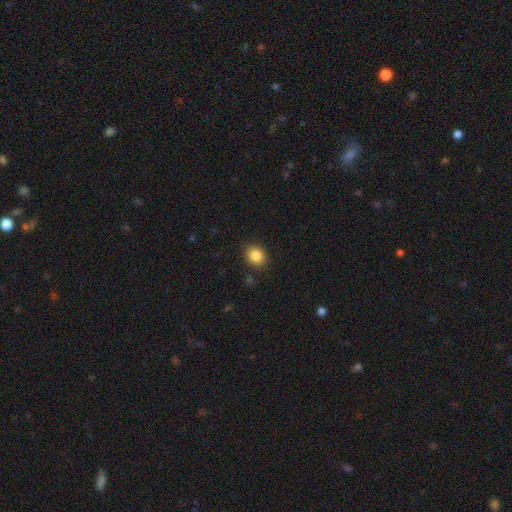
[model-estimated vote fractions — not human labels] This is clearly a smooth galaxy (86%). How rounded: likely round (63%). Merging: clearly none (89%).